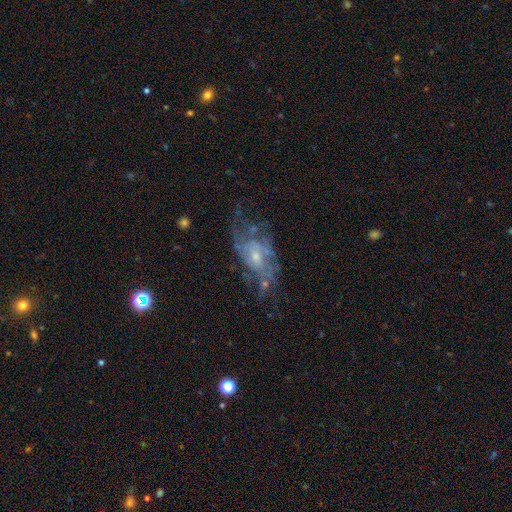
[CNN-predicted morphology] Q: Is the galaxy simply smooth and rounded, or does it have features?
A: featured or disk — 74%.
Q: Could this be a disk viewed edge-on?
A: no — 94%.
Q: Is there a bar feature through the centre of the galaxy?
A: no — 65%.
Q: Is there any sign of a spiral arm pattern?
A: yes — 71%.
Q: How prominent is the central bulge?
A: small — 58%.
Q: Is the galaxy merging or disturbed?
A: none — 49%.